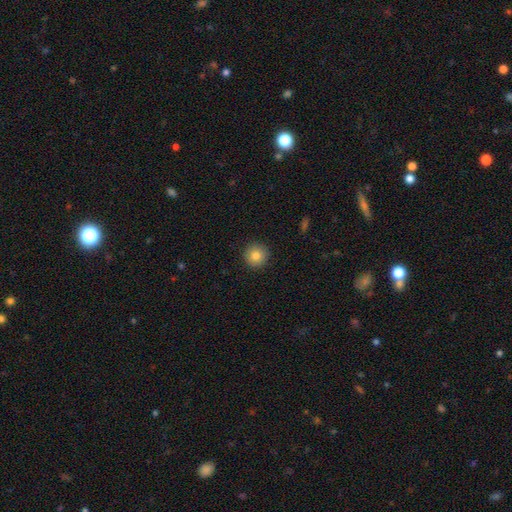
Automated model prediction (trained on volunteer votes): Smooth or featured: smooth — 83% (star or artifact — 10%)
How rounded: round — 95% (in between — 4%)
Merging: none — 92% (minor disturbance — 5%)